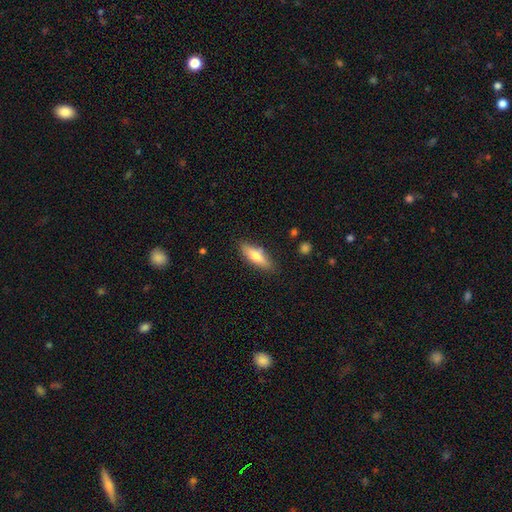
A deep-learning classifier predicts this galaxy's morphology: A smooth galaxy with no disk features (66%) that is cigar-shaped (51%). Merging: none (84%).